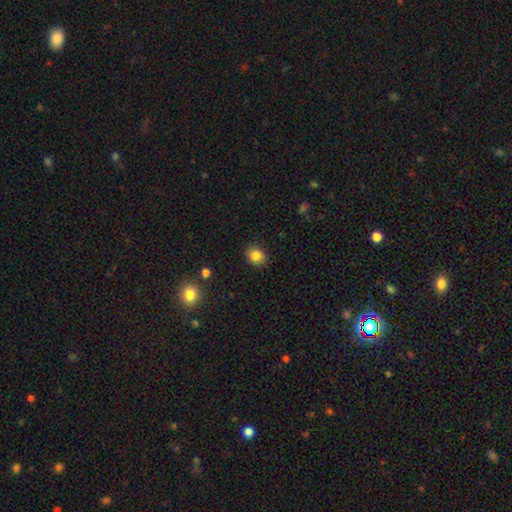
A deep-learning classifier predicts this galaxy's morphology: A smooth galaxy with no disk features (85%) that is round (58%). Merging: none (87%).